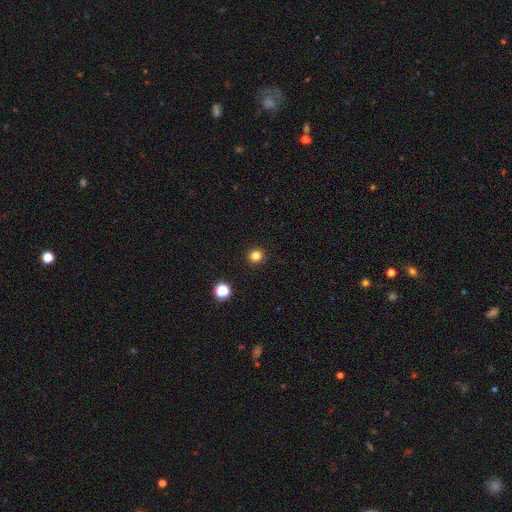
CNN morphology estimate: The model was most divided on "smooth or featured": smooth: 82%, star or artifact: 14%, featured or disk: 4%. More confident: merging — none (93%); how rounded — round (91%).